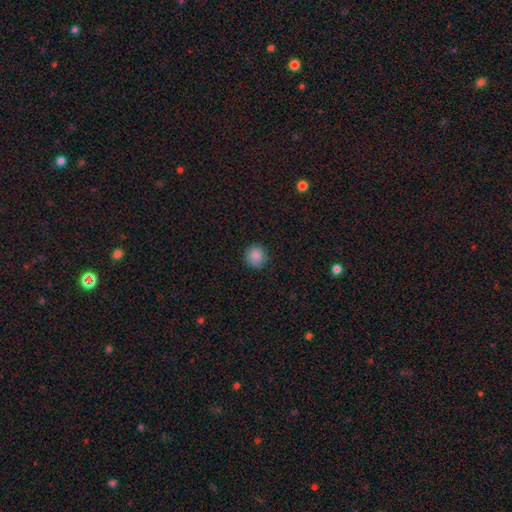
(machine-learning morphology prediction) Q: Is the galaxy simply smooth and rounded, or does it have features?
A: smooth — 87%.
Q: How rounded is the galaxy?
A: round — 92%.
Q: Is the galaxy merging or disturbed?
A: none — 88%.